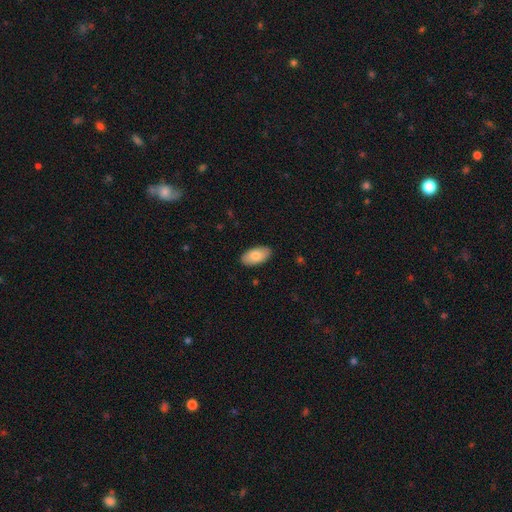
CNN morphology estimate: The model was most divided on "smooth or featured": smooth: 82%, featured or disk: 12%, star or artifact: 6%. More confident: how rounded — in between (95%); merging — none (89%).